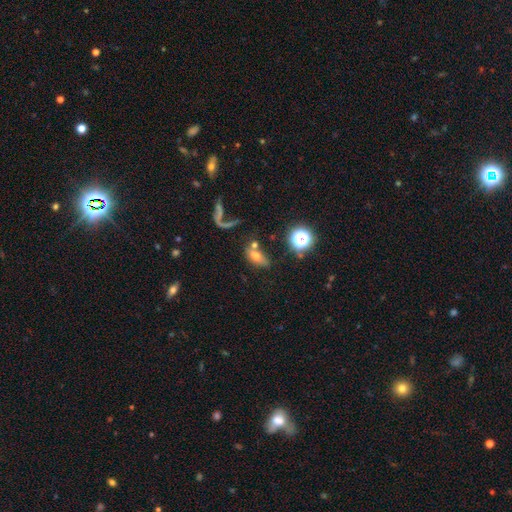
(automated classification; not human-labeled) smooth 62%, featured or disk 22%, star or artifact 16%. Down the decision tree: how rounded — in between (76%); merging — none (42%).